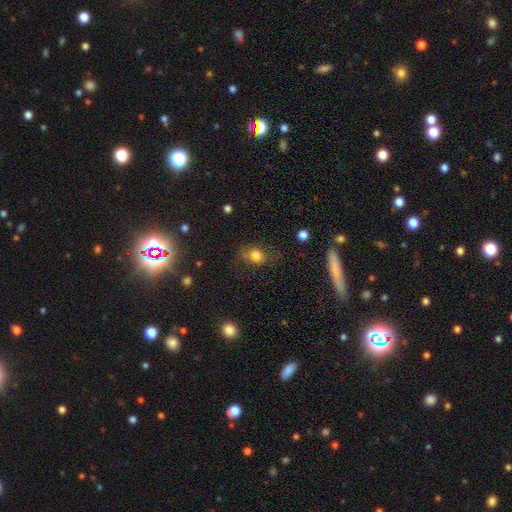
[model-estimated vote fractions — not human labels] A smooth galaxy with no disk features (77%) that is in between round and cigar-shaped (55%). Merging: none (63%).